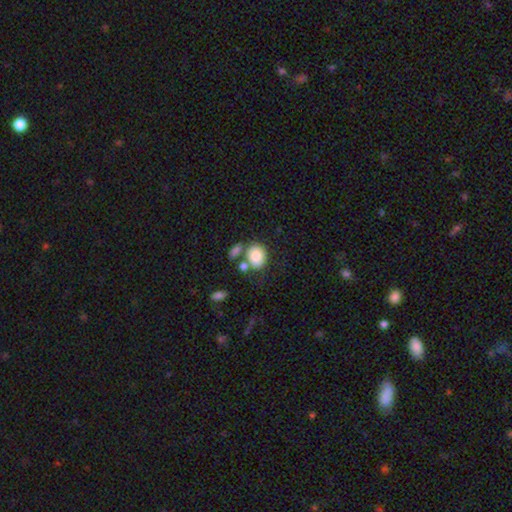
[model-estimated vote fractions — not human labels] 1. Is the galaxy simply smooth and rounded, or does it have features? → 82% smooth, 10% featured or disk, 8% star or artifact.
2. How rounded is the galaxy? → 55% in between, 43% round, 1% cigar-shaped.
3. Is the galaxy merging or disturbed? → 52% none, 26% merger, 15% minor disturbance, 7% major disturbance.